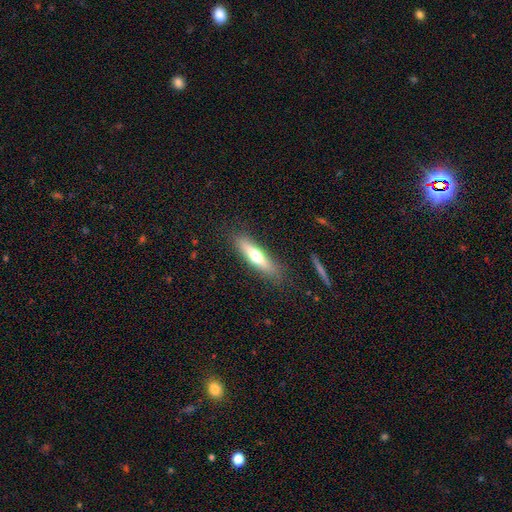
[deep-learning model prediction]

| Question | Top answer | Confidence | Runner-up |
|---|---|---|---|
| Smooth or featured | smooth | 56% | featured or disk (38%) |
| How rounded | cigar-shaped | 75% | in between (23%) |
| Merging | none | 85% | minor disturbance (11%) |